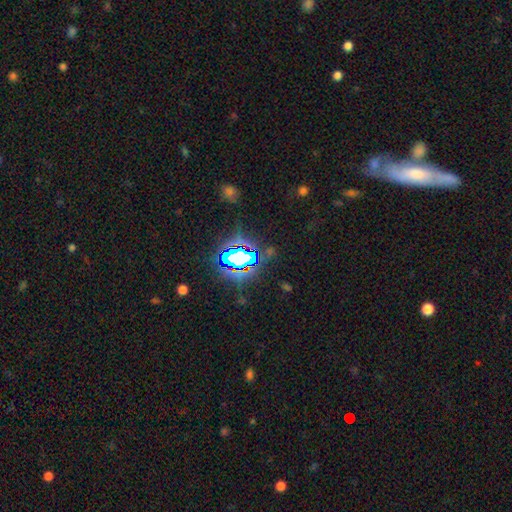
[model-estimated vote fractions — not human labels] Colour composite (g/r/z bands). It shows a star or artifact, not a galaxy (74%).